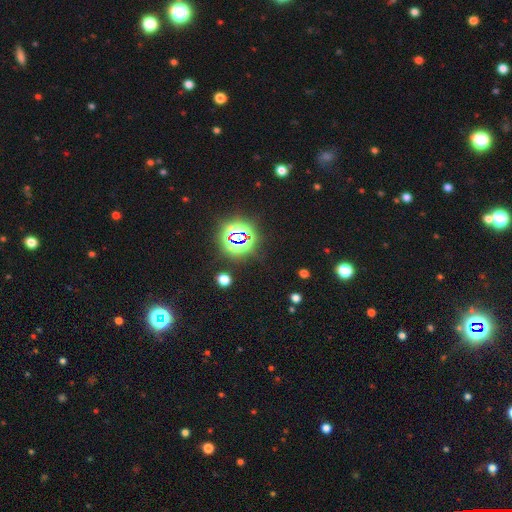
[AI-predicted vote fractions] Smooth or featured? Predicted: star or artifact (p=0.72).